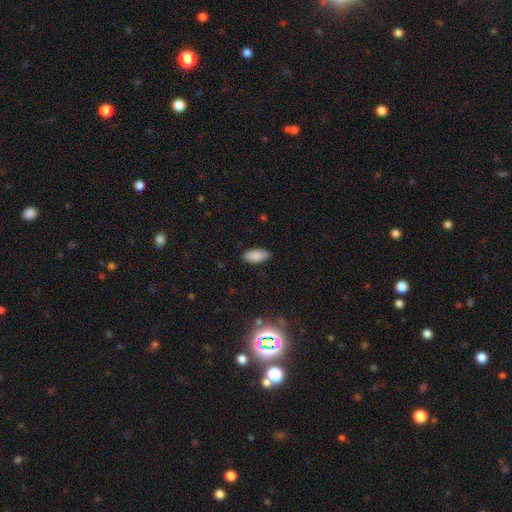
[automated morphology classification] This appears to be a smooth galaxy with no disk features (87%) that is in between round and cigar-shaped (93%). Merging: none (88%).